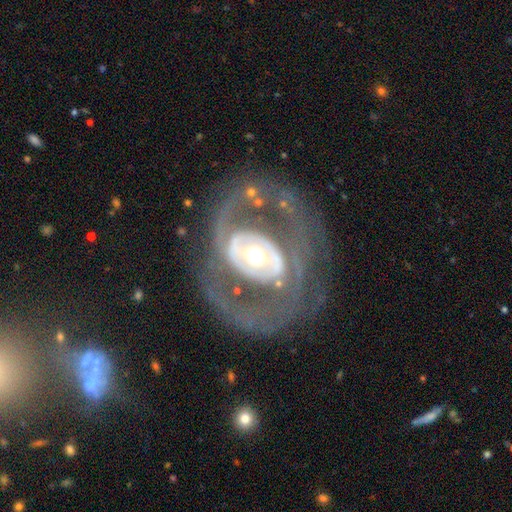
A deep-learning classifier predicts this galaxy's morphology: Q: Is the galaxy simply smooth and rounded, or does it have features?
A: featured or disk — 83%.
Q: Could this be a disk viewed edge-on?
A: no — 95%.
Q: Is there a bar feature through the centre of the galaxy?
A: no — 58%.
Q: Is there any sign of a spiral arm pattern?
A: yes — 67%.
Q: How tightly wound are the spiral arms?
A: medium — 45%.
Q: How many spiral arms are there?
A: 2 — 74%.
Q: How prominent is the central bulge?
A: moderate — 62%.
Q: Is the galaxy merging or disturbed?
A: none — 66%.